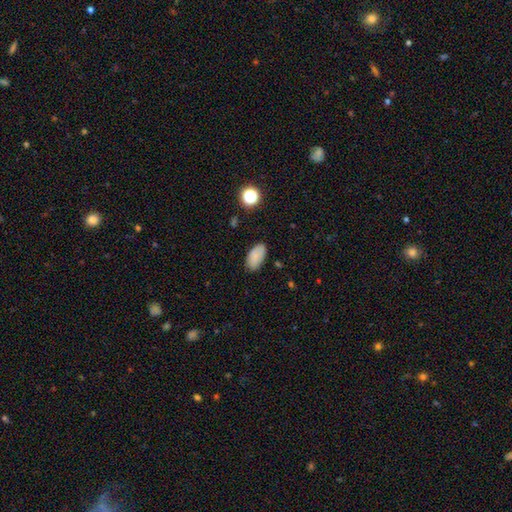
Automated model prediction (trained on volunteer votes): Smooth or featured: smooth — 85% (star or artifact — 9%)
How rounded: in between — 94% (round — 4%)
Merging: none — 83% (minor disturbance — 13%)